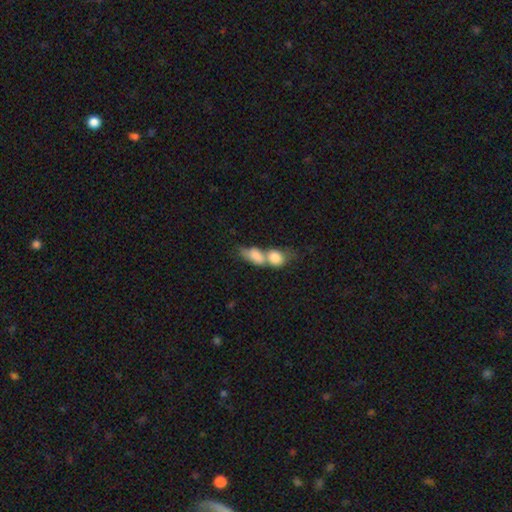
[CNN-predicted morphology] smooth 76%, featured or disk 16%, star or artifact 8%. Down the decision tree: how rounded — in between (74%); merging — merger (76%).